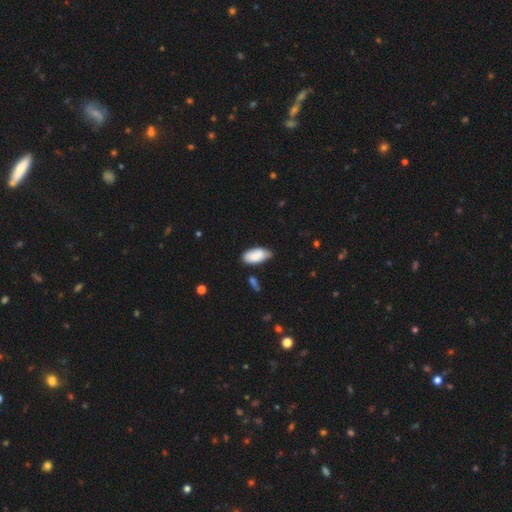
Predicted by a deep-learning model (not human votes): This is clearly a smooth galaxy (85%). How rounded: clearly in between (93%). Merging: likely none (60%).